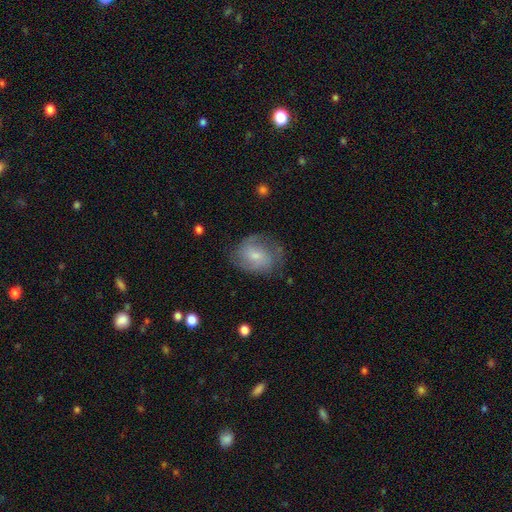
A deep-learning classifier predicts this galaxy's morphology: Q: Smooth or featured?
A: featured or disk (59%); runner-up: smooth (34%)
Q: Edge-on disk?
A: no (97%); runner-up: yes (3%)
Q: Bar?
A: no (50%); runner-up: weak (42%)
Q: Spiral arms?
A: yes (86%); runner-up: no (14%)
Q: Bulge size?
A: small (55%); runner-up: moderate (36%)
Q: Merging?
A: none (63%); runner-up: minor disturbance (24%)